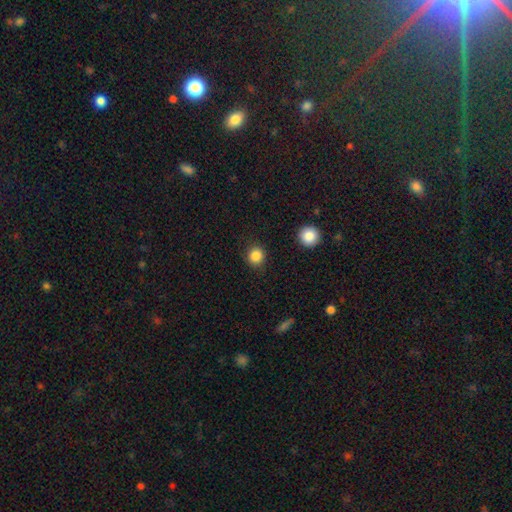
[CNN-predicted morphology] Q: Smooth or featured?
A: smooth (86%); runner-up: star or artifact (11%)
Q: How rounded?
A: round (90%); runner-up: in between (10%)
Q: Merging?
A: none (89%); runner-up: minor disturbance (7%)